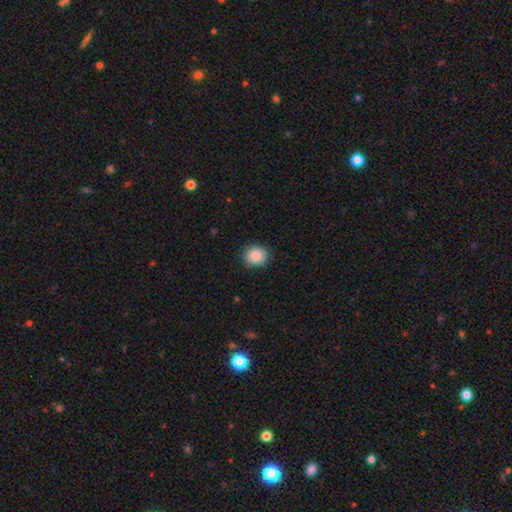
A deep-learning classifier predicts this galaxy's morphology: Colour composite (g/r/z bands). It shows a smooth galaxy with no disk features (88%) that is round (79%). Merging: none (88%).